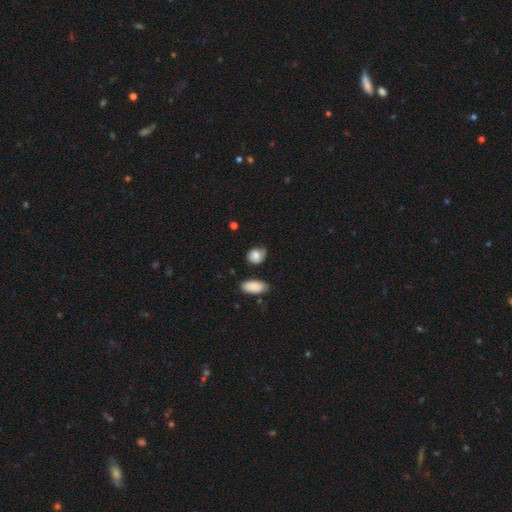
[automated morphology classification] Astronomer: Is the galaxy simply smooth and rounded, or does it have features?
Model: smooth — 76%.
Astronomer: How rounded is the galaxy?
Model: round — 51% (runner-up: in between, 47%).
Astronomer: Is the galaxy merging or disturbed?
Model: none — 52% (runner-up: minor disturbance, 33%).